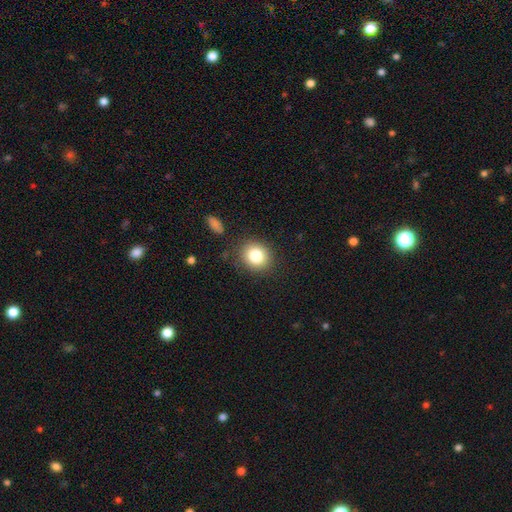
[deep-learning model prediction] This is clearly a smooth galaxy (83%). How rounded: likely round (75%). Merging: clearly none (85%).